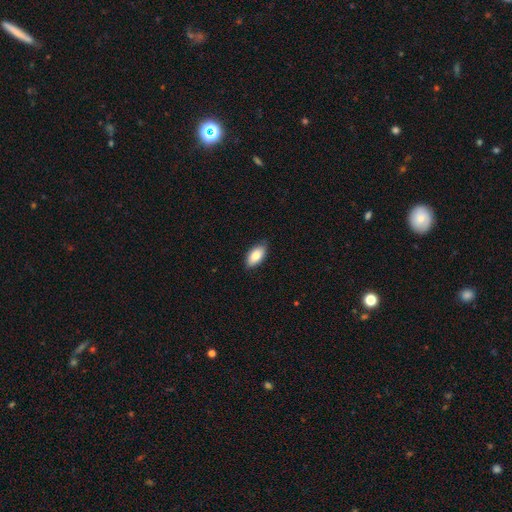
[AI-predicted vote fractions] Q: Smooth or featured?
A: smooth (84%); runner-up: featured or disk (9%)
Q: How rounded?
A: in between (93%); runner-up: cigar-shaped (4%)
Q: Merging?
A: none (85%); runner-up: minor disturbance (12%)